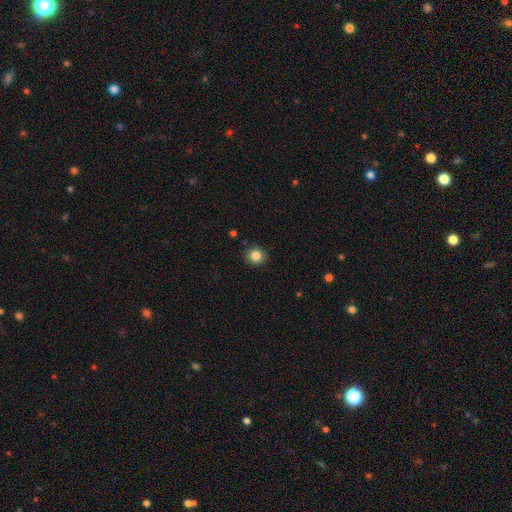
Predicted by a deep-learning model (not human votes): A smooth galaxy with no disk features (84%) that is round (85%). Merging: none (88%).